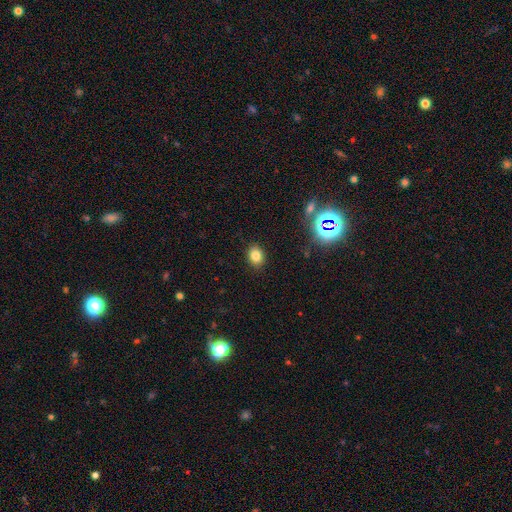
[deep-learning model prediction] smooth 81%, star or artifact 13%, featured or disk 6%. Down the decision tree: how rounded — in between (55%); merging — none (89%).